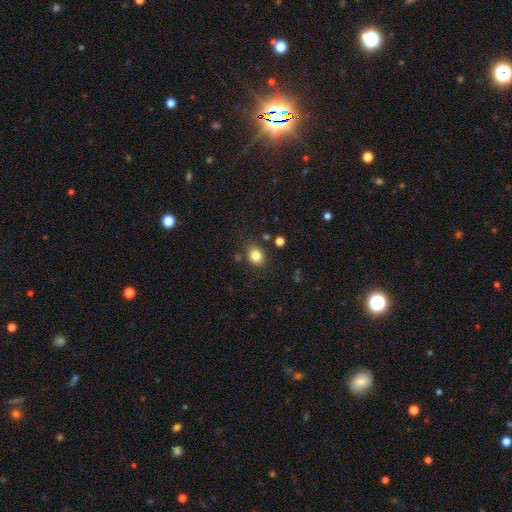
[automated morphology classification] Smooth or featured?
  - smooth: 83% *
  - star or artifact: 11%
  - featured or disk: 6%
How rounded?
  - round: 53% *
  - in between: 46%
  - cigar-shaped: 1%
Merging?
  - none: 79% *
  - minor disturbance: 13%
  - merger: 4%
  - major disturbance: 4%